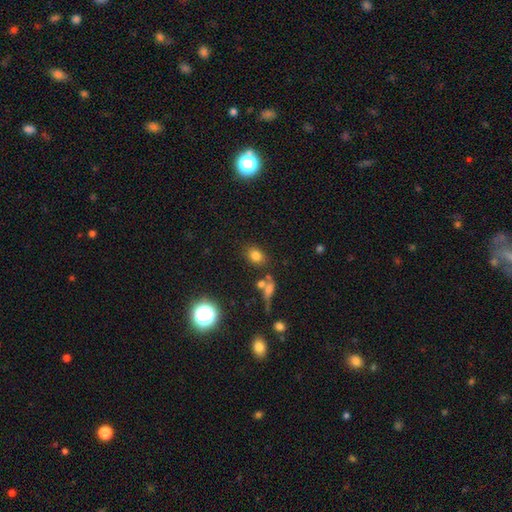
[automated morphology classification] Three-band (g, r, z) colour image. It shows a smooth galaxy with no disk features (76%) that is in between round and cigar-shaped (62%). Merging: none (73%).